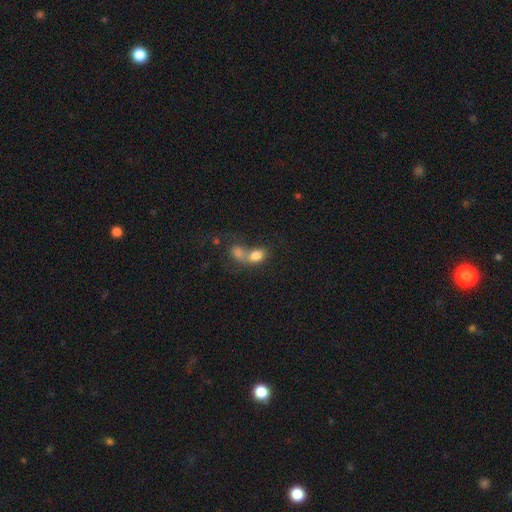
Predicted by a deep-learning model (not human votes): smooth-or-featured: smooth: 78% | featured or disk: 13% | star or artifact: 10%
  how-rounded: in between: 75% | round: 23% | cigar-shaped: 2%
  merging: merger: 68% | none: 19% | minor disturbance: 7% | major disturbance: 6%